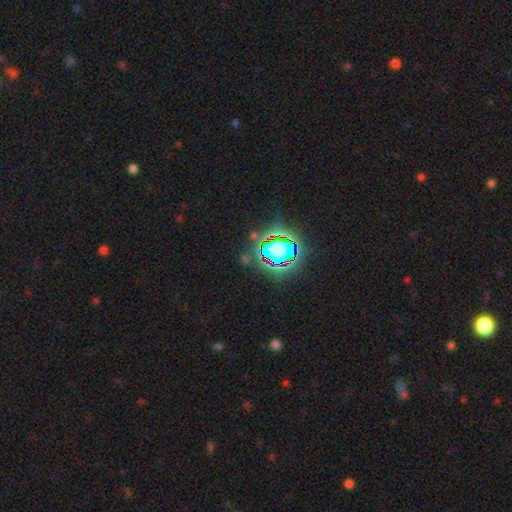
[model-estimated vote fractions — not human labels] Morphology: type=star or artifact (81%).